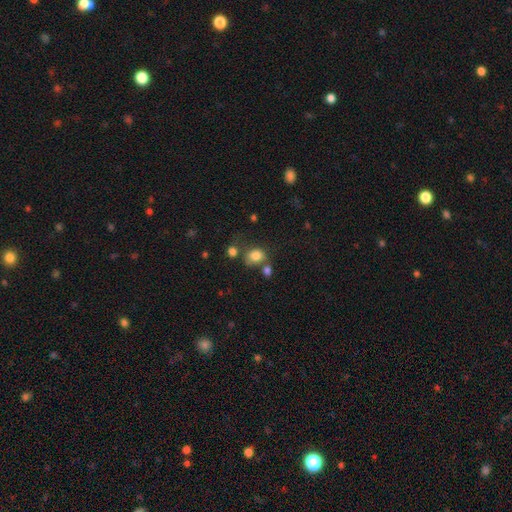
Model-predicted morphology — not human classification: Overall: smooth (81%). How rounded: in between (51%; round 48%). Merging: none (54%; merger 19%).